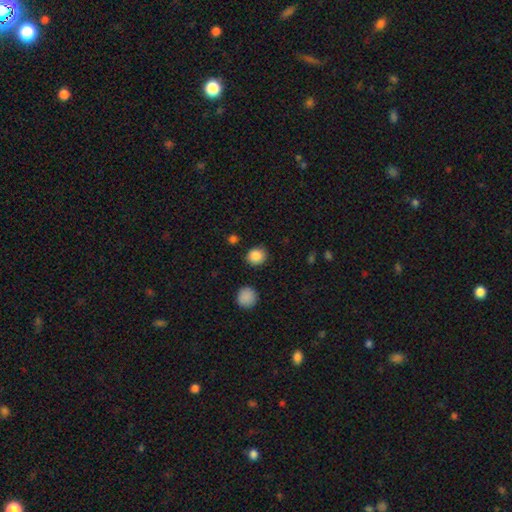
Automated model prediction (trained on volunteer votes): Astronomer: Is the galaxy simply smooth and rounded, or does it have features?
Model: smooth — 87%.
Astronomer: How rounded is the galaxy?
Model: round — 86%.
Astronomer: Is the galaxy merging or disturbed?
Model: none — 86%.